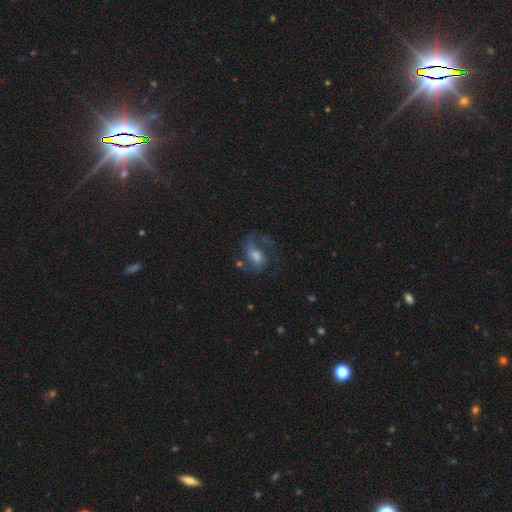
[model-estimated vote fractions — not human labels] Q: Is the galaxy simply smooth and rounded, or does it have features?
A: featured or disk — 74%.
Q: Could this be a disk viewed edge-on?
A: no — 97%.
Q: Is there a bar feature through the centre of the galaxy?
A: no — 43%.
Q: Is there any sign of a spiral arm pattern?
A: yes — 91%.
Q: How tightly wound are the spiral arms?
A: medium — 50%.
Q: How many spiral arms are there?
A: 2 — 71%.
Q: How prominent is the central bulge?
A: moderate — 51%.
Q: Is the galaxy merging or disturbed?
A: none — 54%.